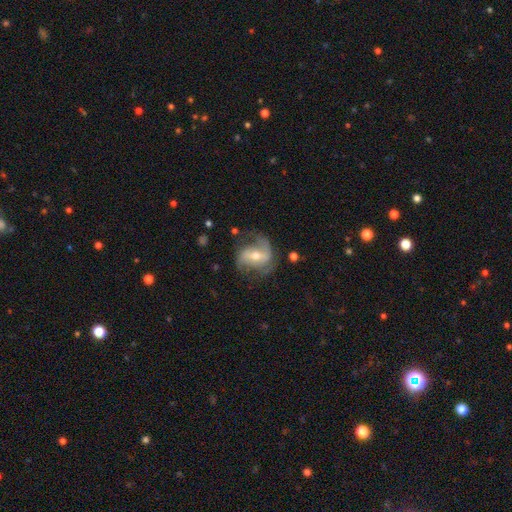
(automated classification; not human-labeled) This appears to be a featured or disk galaxy (79%) with a strong bar (41%), 2 (77%) medium (43%) spiral arms (91%) and a moderate central bulge (56%). Merging: none (59%).